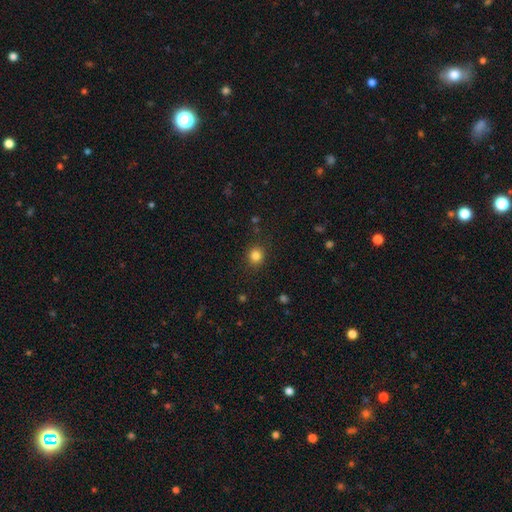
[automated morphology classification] Smooth or featured? smooth (83%)
How rounded? round (85%)
Merging? none (88%)